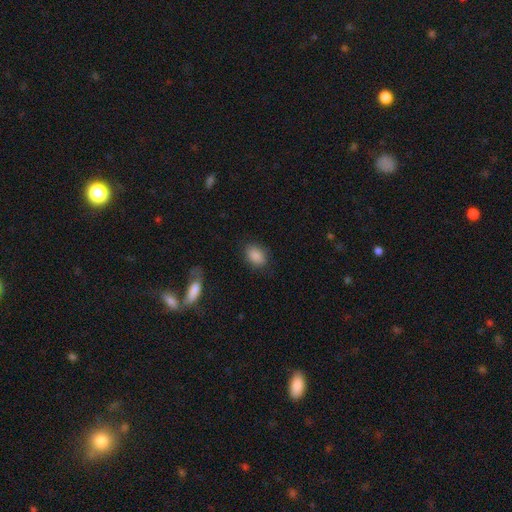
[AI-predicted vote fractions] This appears to be a smooth galaxy with no disk features (87%) that is in between round and cigar-shaped (78%). Merging: none (83%).